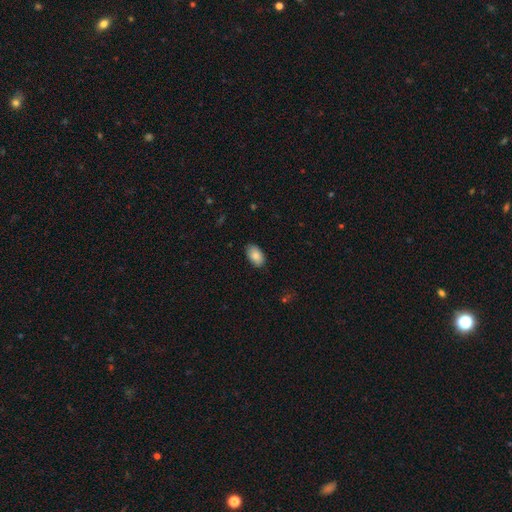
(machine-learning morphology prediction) smooth_or_featured: smooth (p=0.87) [alt: star or artifact p=0.07]
how_rounded: in between (p=0.93) [alt: round p=0.05]
merging: none (p=0.85) [alt: minor disturbance p=0.11]